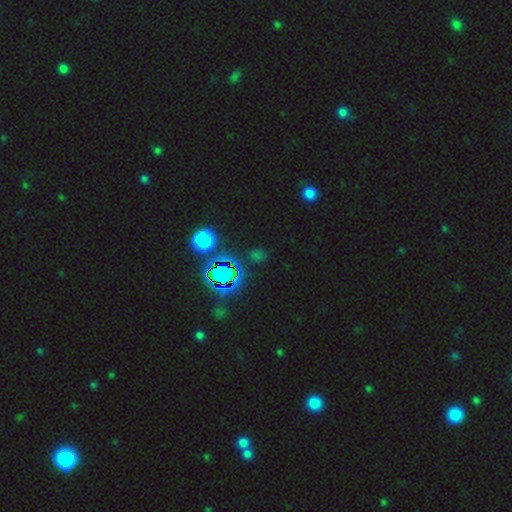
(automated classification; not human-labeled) The model was most divided on "smooth or featured": star or artifact: 65%, smooth: 26%, featured or disk: 9%.